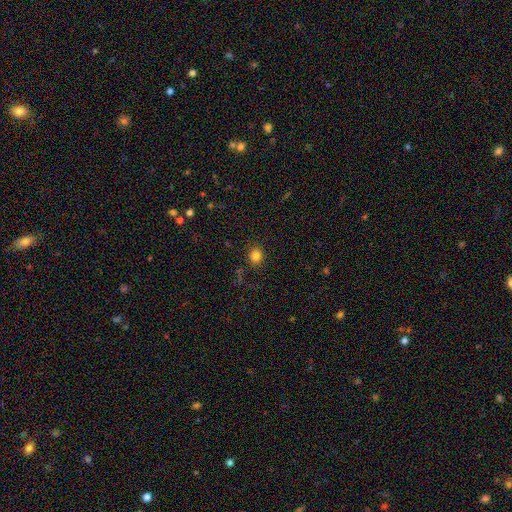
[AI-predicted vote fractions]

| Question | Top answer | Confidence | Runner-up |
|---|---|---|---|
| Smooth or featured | smooth | 82% | star or artifact (13%) |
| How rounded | round | 82% | in between (17%) |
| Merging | none | 85% | minor disturbance (9%) |